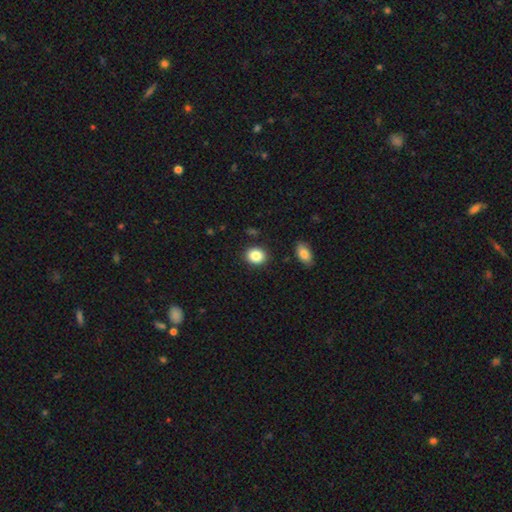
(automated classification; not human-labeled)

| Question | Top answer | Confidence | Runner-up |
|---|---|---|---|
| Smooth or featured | smooth | 86% | star or artifact (9%) |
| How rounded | round | 61% | in between (38%) |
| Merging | none | 87% | minor disturbance (8%) |